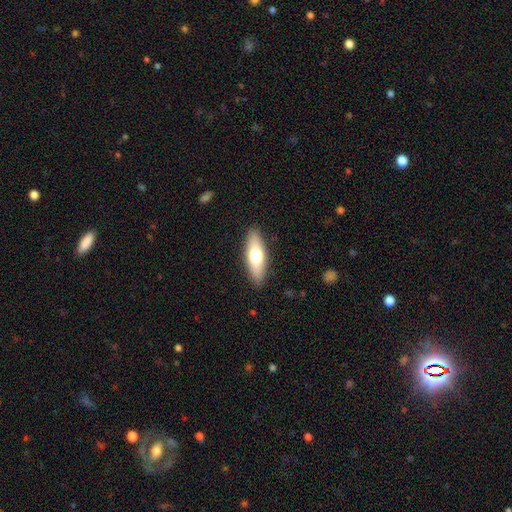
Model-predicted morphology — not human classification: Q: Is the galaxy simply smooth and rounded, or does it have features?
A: smooth — 64%.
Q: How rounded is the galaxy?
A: in between — 57%.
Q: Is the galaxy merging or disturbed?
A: none — 89%.